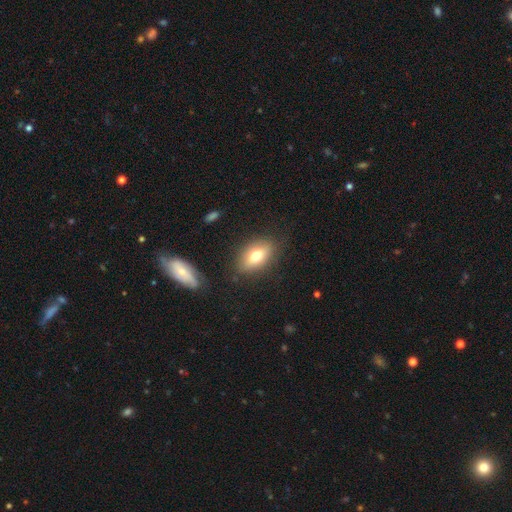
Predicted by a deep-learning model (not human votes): Q: Smooth or featured?
A: smooth (71%); runner-up: featured or disk (20%)
Q: How rounded?
A: in between (84%); runner-up: round (12%)
Q: Merging?
A: none (81%); runner-up: minor disturbance (13%)